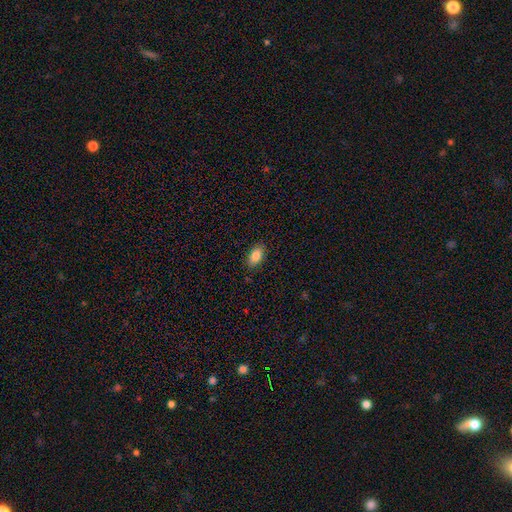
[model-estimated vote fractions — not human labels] Smooth or featured? Predicted: smooth (p=0.86). How rounded? Predicted: in between (p=0.91). Merging? Predicted: none (p=0.87).